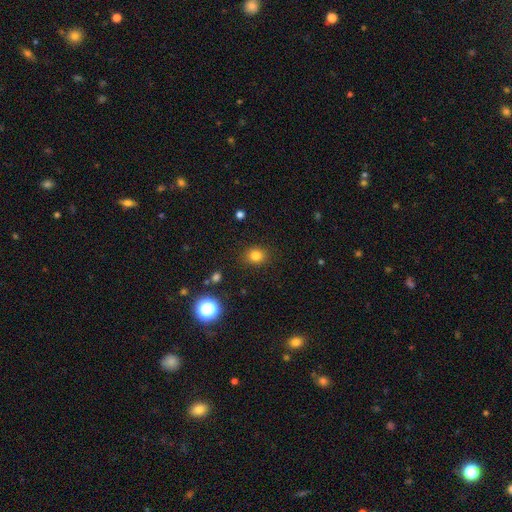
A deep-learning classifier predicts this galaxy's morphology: Smooth or featured? smooth (81%)
How rounded? round (68%)
Merging? none (88%)